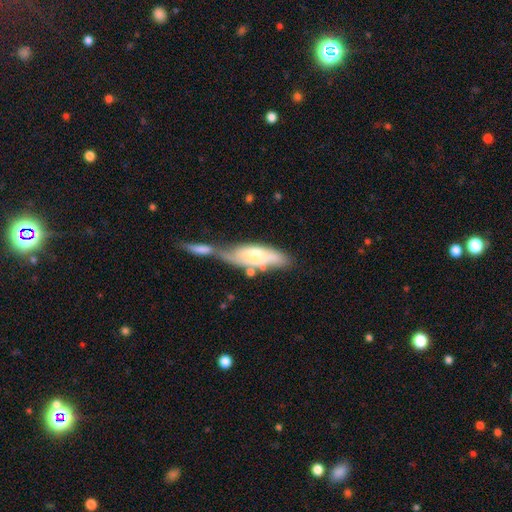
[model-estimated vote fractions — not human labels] This is possibly a smooth galaxy (53%). How rounded: likely in between (65%). Merging: possibly merger (54%).